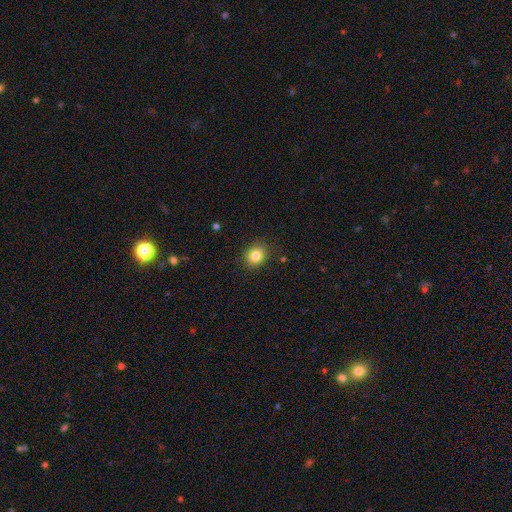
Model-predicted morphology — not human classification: smooth-or-featured: smooth: 83% | star or artifact: 11% | featured or disk: 6%
  how-rounded: round: 70% | in between: 29% | cigar-shaped: 1%
  merging: none: 87% | minor disturbance: 9% | major disturbance: 2% | merger: 1%